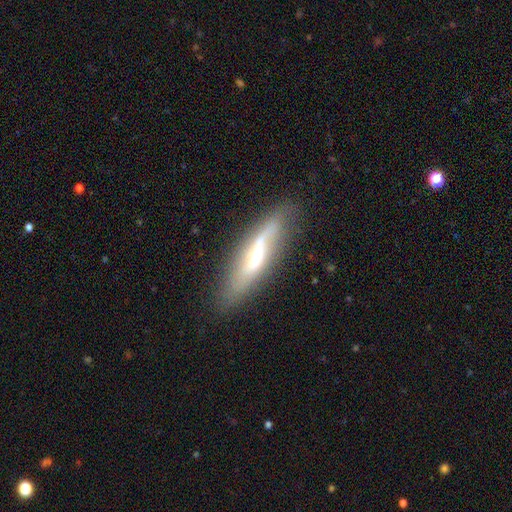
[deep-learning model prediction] Smooth or featured? Predicted: featured or disk (p=0.61). Edge-on disk? Predicted: yes (p=0.51). Merging? Predicted: none (p=0.76).